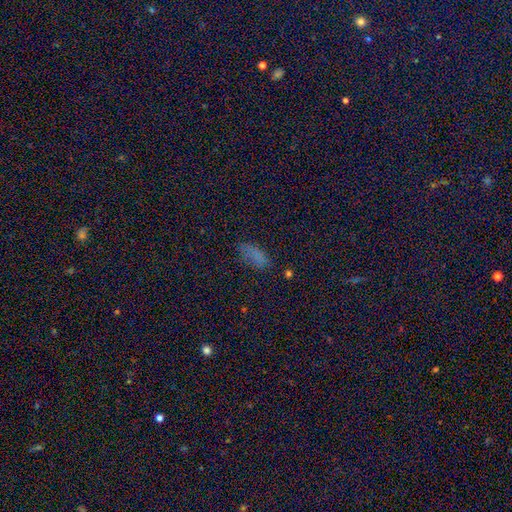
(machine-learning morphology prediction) Q: Smooth or featured?
A: smooth (64%); runner-up: star or artifact (28%)
Q: How rounded?
A: in between (82%); runner-up: cigar-shaped (12%)
Q: Merging?
A: none (69%); runner-up: minor disturbance (20%)